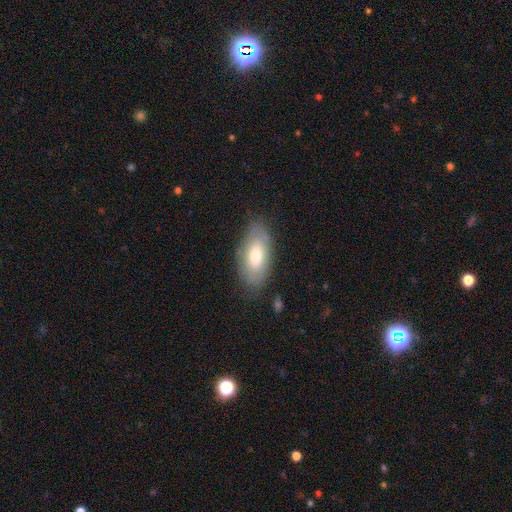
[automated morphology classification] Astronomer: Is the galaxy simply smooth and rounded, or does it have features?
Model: smooth — 61%.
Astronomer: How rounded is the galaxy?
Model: in between — 91%.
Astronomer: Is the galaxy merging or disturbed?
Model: none — 76%.